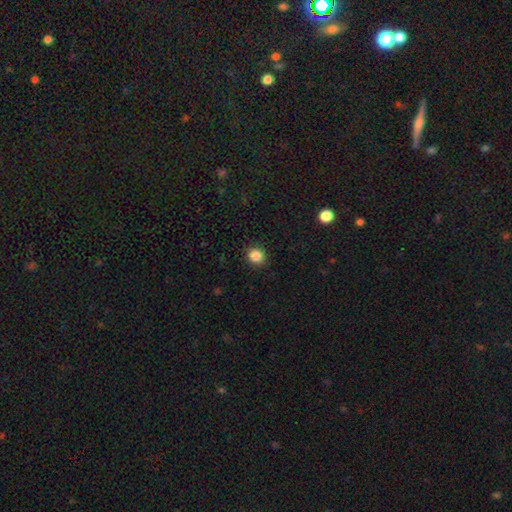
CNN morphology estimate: A smooth galaxy with no disk features (87%) that is round (86%). Merging: none (90%).